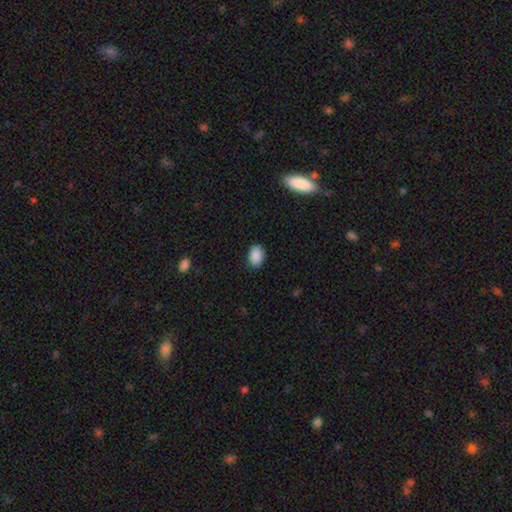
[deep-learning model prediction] Q: Smooth or featured?
A: smooth (89%); runner-up: star or artifact (8%)
Q: How rounded?
A: in between (77%); runner-up: round (22%)
Q: Merging?
A: none (85%); runner-up: minor disturbance (12%)